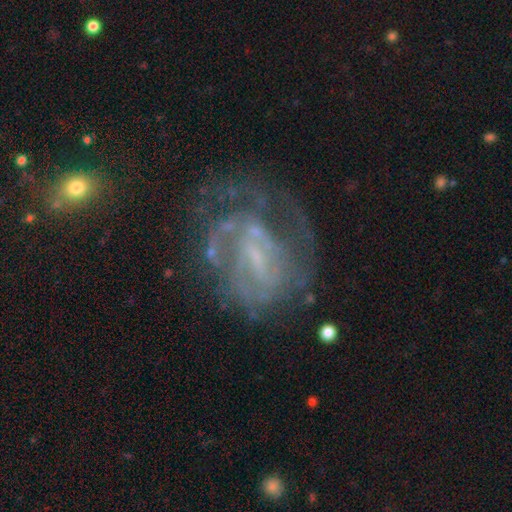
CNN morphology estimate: smooth-or-featured: featured or disk: 79% | smooth: 11% | star or artifact: 10%
  disk-edge-on: no: 97% | yes: 3%
    bar: weak: 47% | no: 32% | strong: 21%
    has-spiral-arms: yes: 76% | no: 24%
      spiral-winding: tight: 50% | medium: 35% | loose: 15%
      spiral-arm-count: can't tell: 46% | 2: 23% | 3: 12% | 1: 9% | 4: 5% | more than 4: 4%
    bulge-size: small: 49% | none: 33% | moderate: 16% | large: 2% | dominant: 1%
  merging: none: 49% | major disturbance: 28% | minor disturbance: 19% | merger: 4%